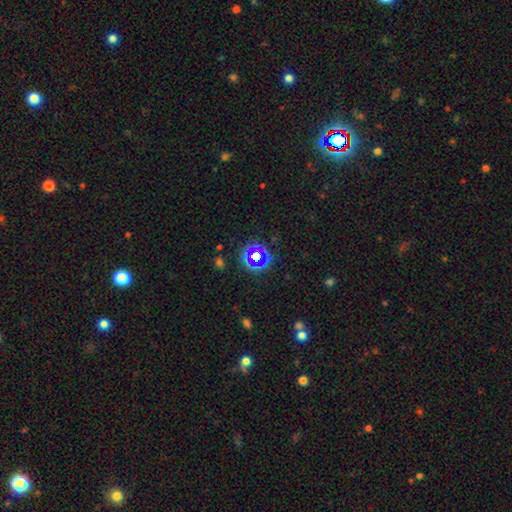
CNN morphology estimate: Smooth or featured? star or artifact (59%)